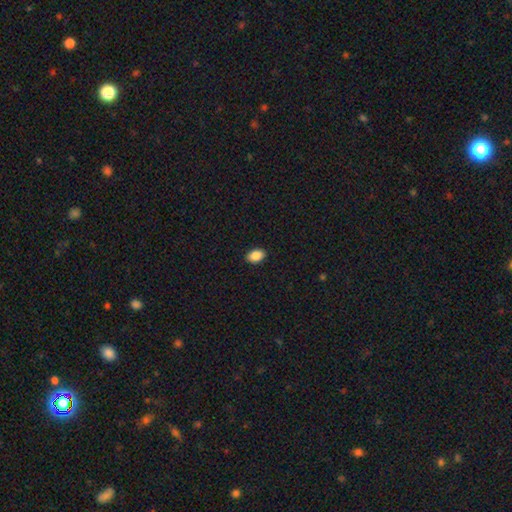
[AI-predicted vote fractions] This appears to be a smooth galaxy with no disk features (87%) that is in between round and cigar-shaped (85%). Merging: none (90%).